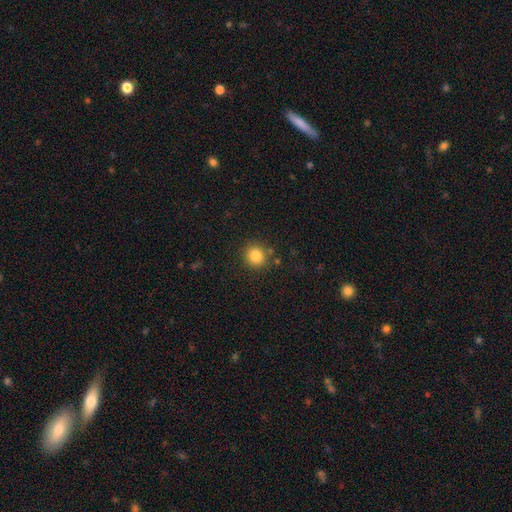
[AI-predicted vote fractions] This is clearly a smooth galaxy (84%). How rounded: clearly round (89%). Merging: clearly none (85%).